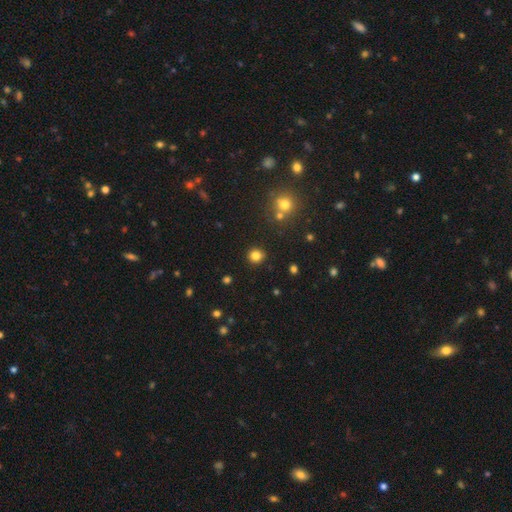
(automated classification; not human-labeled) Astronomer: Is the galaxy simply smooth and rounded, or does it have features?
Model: smooth — 82%.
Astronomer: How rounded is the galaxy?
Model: round — 89%.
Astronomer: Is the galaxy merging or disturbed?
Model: none — 90%.